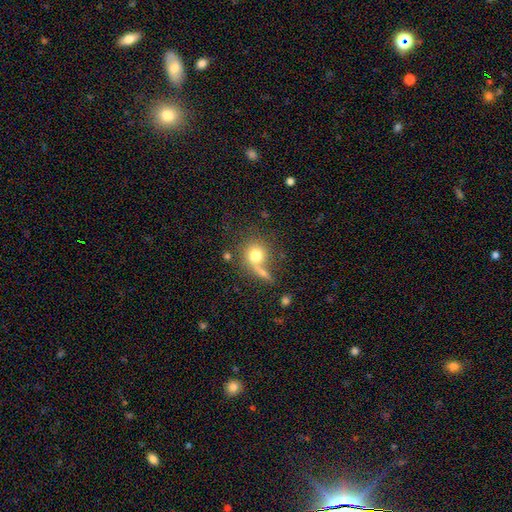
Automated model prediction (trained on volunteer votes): smooth-or-featured: smooth: 75% | featured or disk: 15% | star or artifact: 10%
  how-rounded: round: 84% | in between: 14% | cigar-shaped: 1%
  merging: none: 48% | merger: 28% | minor disturbance: 12% | major disturbance: 12%